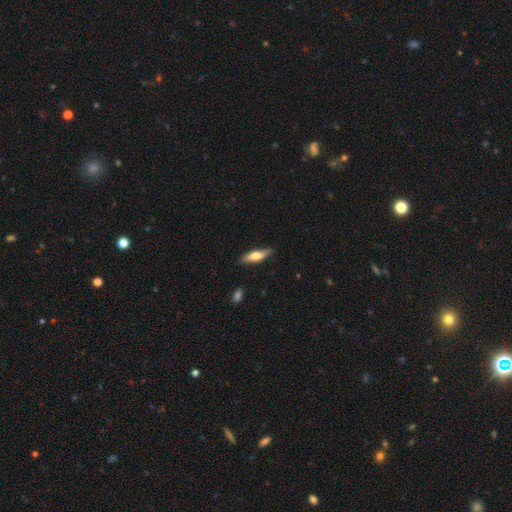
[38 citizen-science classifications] Volunteers were most divided on "smooth or featured": smooth: 50%, featured or disk: 45%, star or artifact: 5%. More confident: merging — none (89%); how rounded — in between (58%).